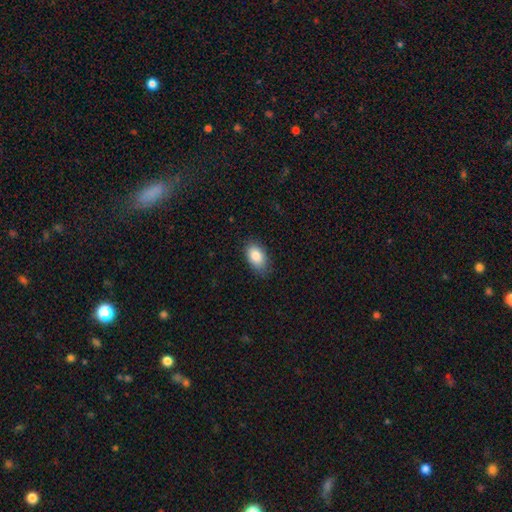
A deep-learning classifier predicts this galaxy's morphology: This appears to be a smooth galaxy with no disk features (85%) that is in between round and cigar-shaped (91%). Merging: none (80%).